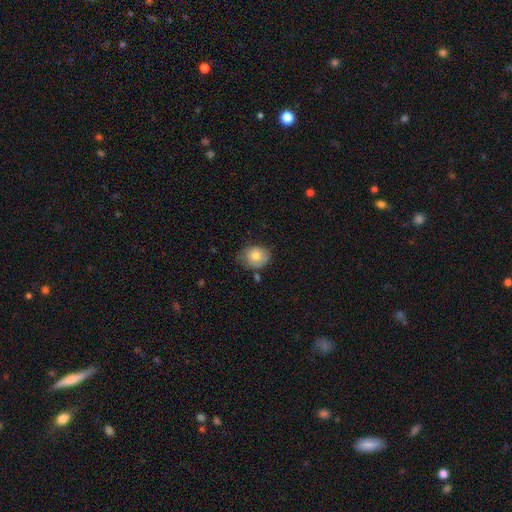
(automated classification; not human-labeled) Smooth or featured?
  - smooth: 77% *
  - featured or disk: 15%
  - star or artifact: 8%
How rounded?
  - in between: 50% *
  - round: 49%
  - cigar-shaped: 1%
Merging?
  - none: 59% *
  - minor disturbance: 29%
  - major disturbance: 6%
  - merger: 5%